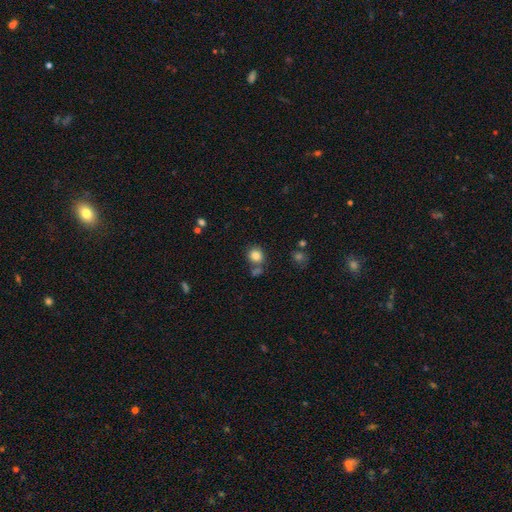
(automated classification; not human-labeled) smooth-or-featured: smooth: 83% | star or artifact: 11% | featured or disk: 6%
  how-rounded: round: 81% | in between: 18% | cigar-shaped: 1%
  merging: none: 69% | merger: 15% | minor disturbance: 11% | major disturbance: 4%